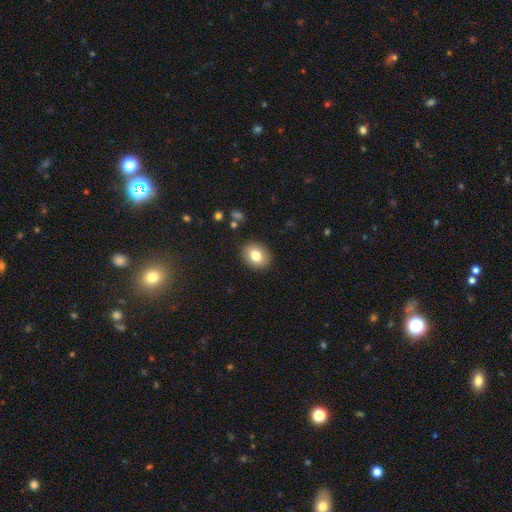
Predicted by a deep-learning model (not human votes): The model was most divided on "how rounded": in between: 55%, round: 45%, cigar-shaped: 1%. More confident: merging — none (88%); smooth or featured — smooth (80%).